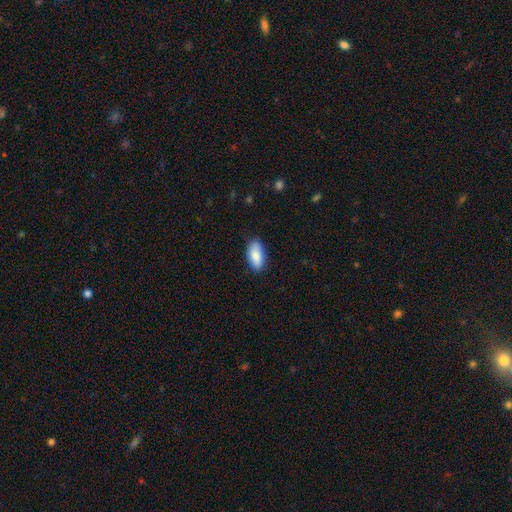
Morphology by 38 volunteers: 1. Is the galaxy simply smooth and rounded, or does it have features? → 89% smooth, 11% featured or disk, 0% star or artifact.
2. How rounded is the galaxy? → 88% in between, 12% cigar-shaped, 0% round.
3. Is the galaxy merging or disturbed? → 87% none, 11% minor disturbance, 3% major disturbance, 0% merger.